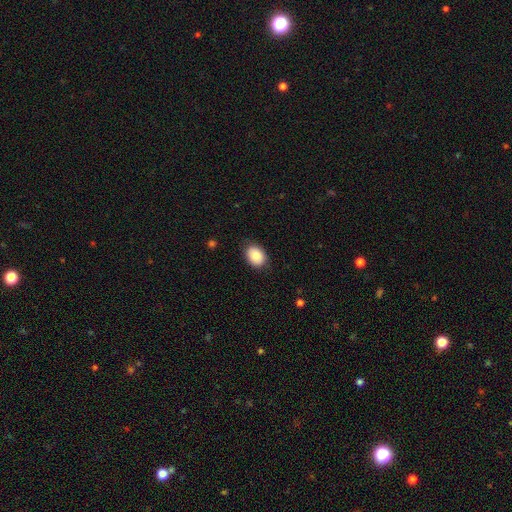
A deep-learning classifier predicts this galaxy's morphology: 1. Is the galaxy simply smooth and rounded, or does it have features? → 86% smooth, 7% star or artifact, 7% featured or disk.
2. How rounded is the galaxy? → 70% in between, 29% round, 1% cigar-shaped.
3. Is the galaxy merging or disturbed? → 83% none, 13% minor disturbance, 3% major disturbance, 1% merger.